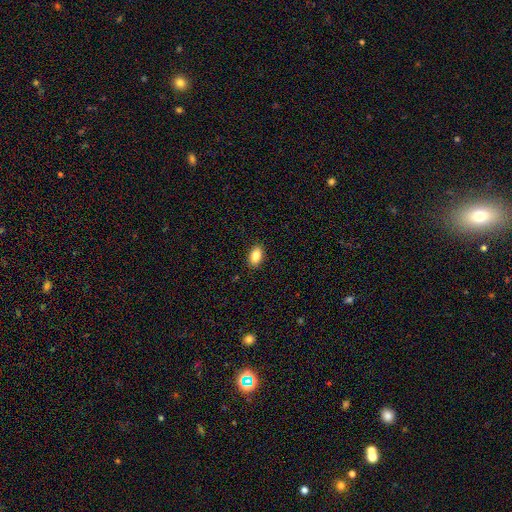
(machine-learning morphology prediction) smooth_or_featured: smooth (p=0.86) [alt: star or artifact p=0.08]
how_rounded: in between (p=0.90) [alt: round p=0.08]
merging: none (p=0.89) [alt: minor disturbance p=0.08]